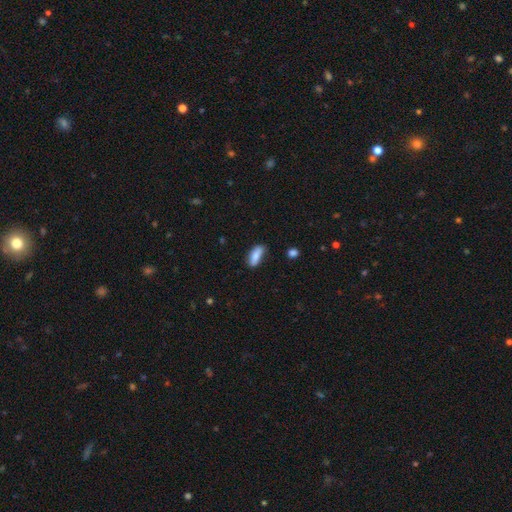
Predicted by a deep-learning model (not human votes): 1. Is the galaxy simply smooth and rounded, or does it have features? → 84% smooth, 10% featured or disk, 7% star or artifact.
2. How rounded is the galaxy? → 75% in between, 23% cigar-shaped, 2% round.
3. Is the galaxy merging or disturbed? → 69% none, 24% minor disturbance, 4% major disturbance, 3% merger.